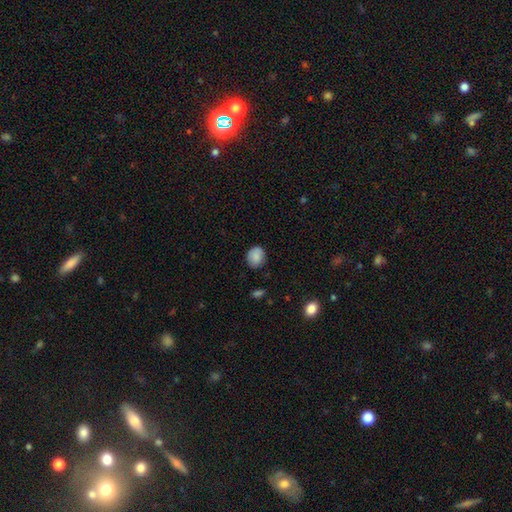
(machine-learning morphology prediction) smooth 86%, star or artifact 8%, featured or disk 6%. Down the decision tree: how rounded — round (65%); merging — none (80%).